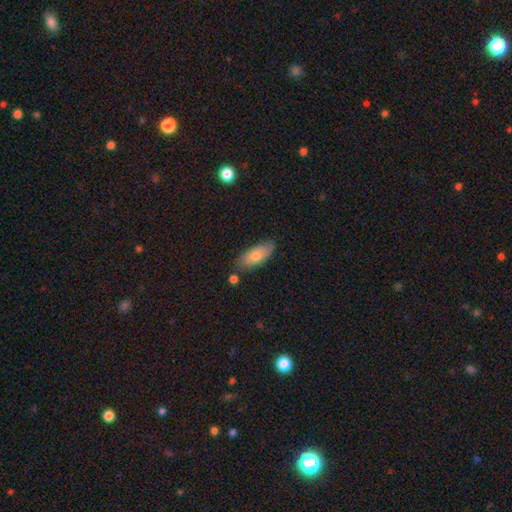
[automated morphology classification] This appears to be a smooth galaxy with no disk features (75%) that is in between round and cigar-shaped (82%). Merging: none (72%).